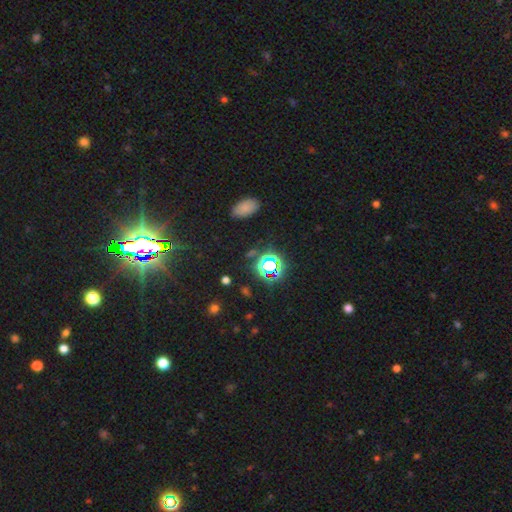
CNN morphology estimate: Smooth or featured?
  - star or artifact: 66% *
  - smooth: 23%
  - featured or disk: 11%